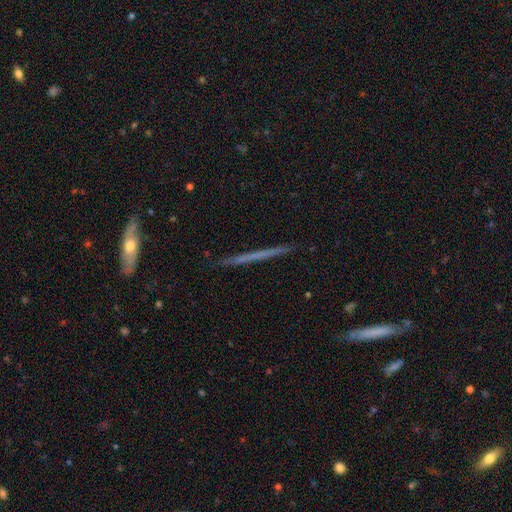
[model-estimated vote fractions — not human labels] The model was most divided on "smooth or featured": featured or disk: 56%, smooth: 36%, star or artifact: 7%. More confident: edge-on disk — yes (97%); edge-on bulge — none (89%); merging — none (89%).